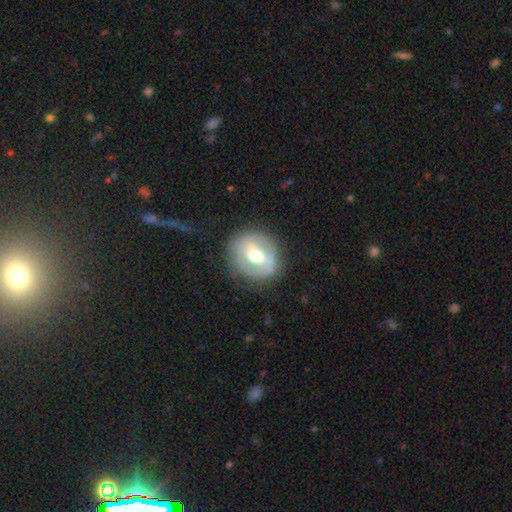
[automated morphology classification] Overall: featured or disk (64%; smooth 30%). Edge-on disk: no (94%). Bar: weak (38%; strong 35%). Spiral arms: no (58%; yes 42%). Bulge size: moderate (75%). Merging: none (76%).